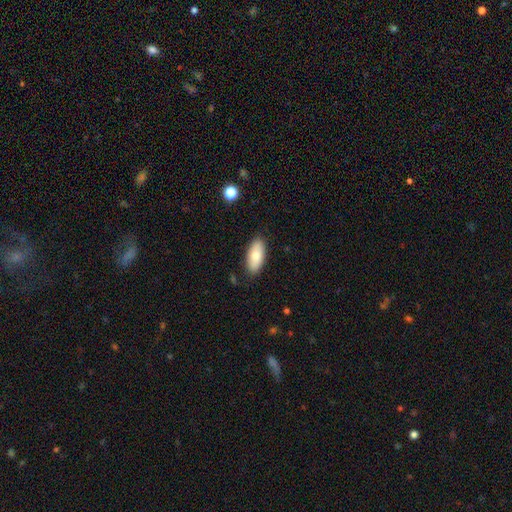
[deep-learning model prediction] Smooth or featured?
  - smooth: 77% *
  - featured or disk: 17%
  - star or artifact: 6%
How rounded?
  - in between: 90% *
  - cigar-shaped: 8%
  - round: 2%
Merging?
  - none: 86% *
  - minor disturbance: 10%
  - major disturbance: 2%
  - merger: 1%